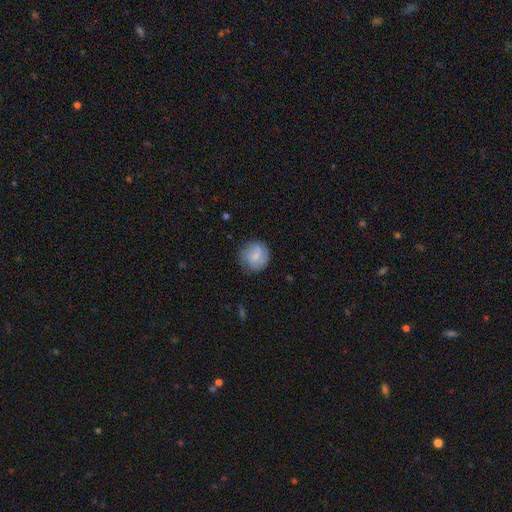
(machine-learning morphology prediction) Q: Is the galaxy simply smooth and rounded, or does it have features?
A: smooth — 71%.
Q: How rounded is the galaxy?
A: round — 90%.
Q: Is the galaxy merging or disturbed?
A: none — 73%.